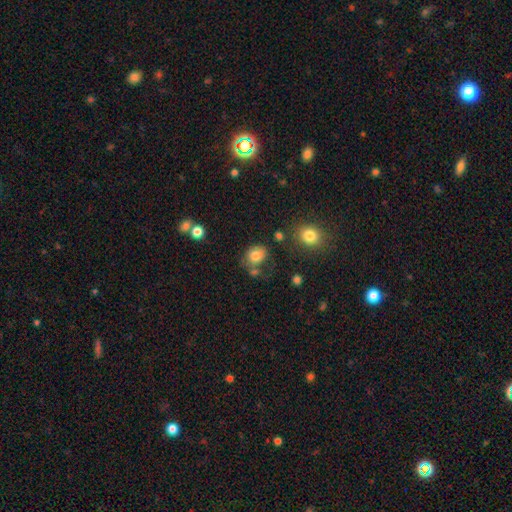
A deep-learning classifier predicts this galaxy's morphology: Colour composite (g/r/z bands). It shows a smooth galaxy with no disk features (80%) that is round (54%). Merging: none (59%).